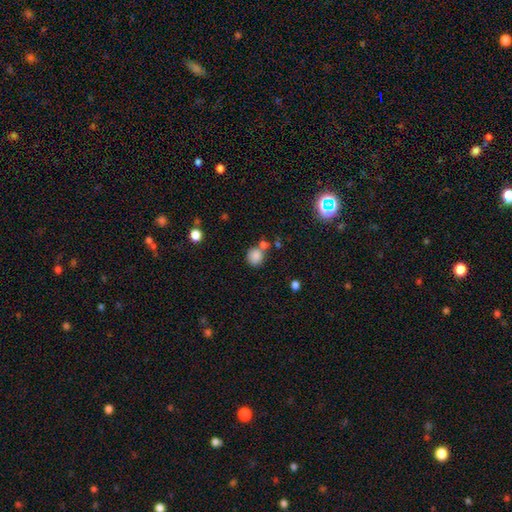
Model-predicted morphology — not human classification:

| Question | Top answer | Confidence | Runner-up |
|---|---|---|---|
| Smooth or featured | smooth | 83% | star or artifact (11%) |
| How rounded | round | 82% | in between (17%) |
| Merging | none | 60% | merger (23%) |